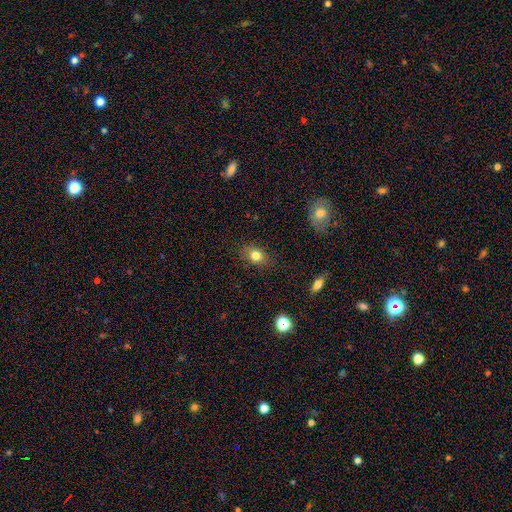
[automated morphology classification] This appears to be a smooth galaxy with no disk features (81%) that is in between round and cigar-shaped (62%). Merging: none (81%).